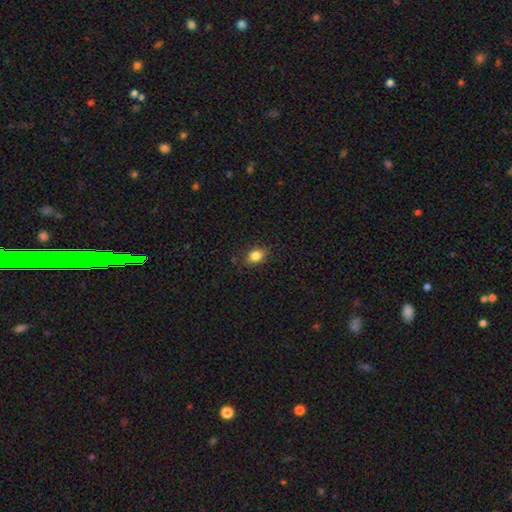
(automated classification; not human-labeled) The model was most divided on "how rounded": in between: 76%, round: 22%, cigar-shaped: 2%. More confident: merging — none (85%); smooth or featured — smooth (83%).